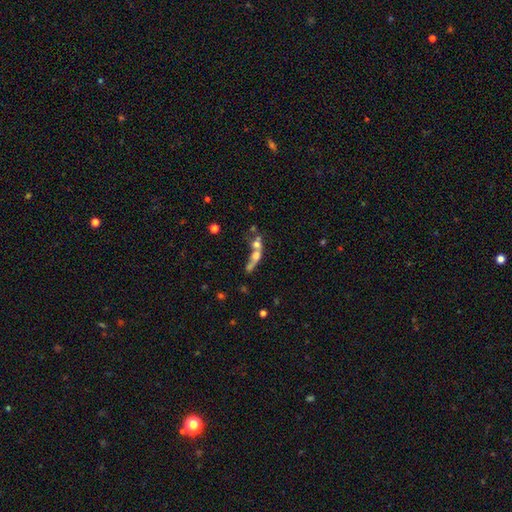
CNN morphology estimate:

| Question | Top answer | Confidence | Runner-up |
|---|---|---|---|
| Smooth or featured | smooth | 48% | featured or disk (37%) |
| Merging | merger | 59% | none (22%) |